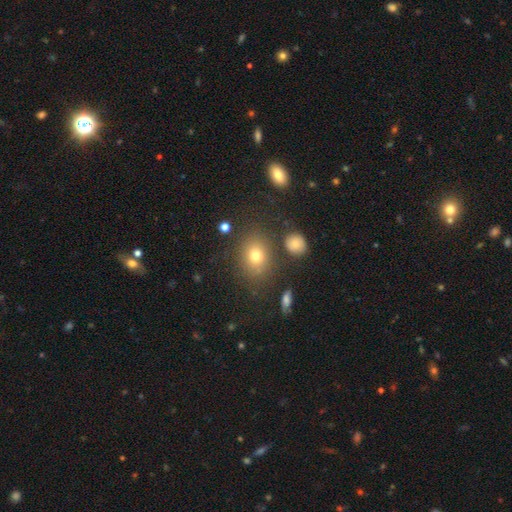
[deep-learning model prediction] smooth 73%, star or artifact 15%, featured or disk 12%. Down the decision tree: how rounded — in between (49%, tied with round); merging — none (79%).